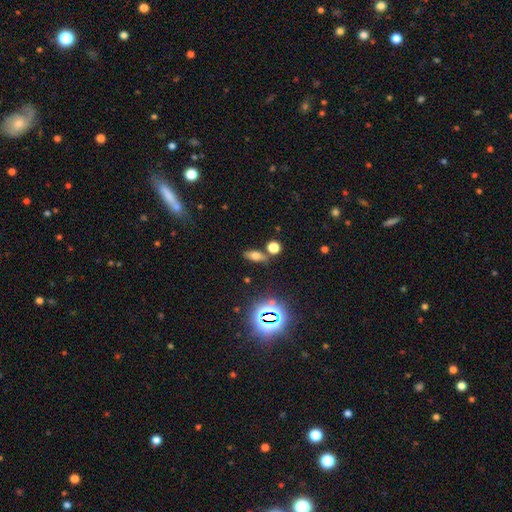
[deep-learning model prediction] smooth_or_featured: smooth (p=0.60) [alt: star or artifact p=0.23]
how_rounded: in between (p=0.71) [alt: cigar-shaped p=0.18]
merging: none (p=0.76) [alt: minor disturbance p=0.11]